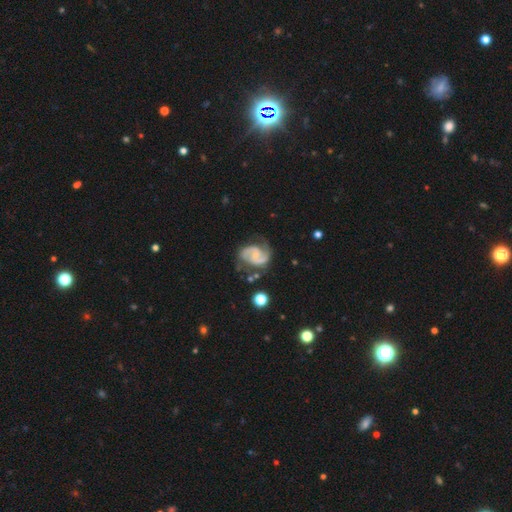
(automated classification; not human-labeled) Overall: featured or disk (89%). Edge-on disk: no (98%). Bar: no (49%; weak 40%). Spiral arms: yes (98%). Spiral arm count: 2 (90%). Spiral winding: medium (55%; tight 29%). Bulge size: small (62%). Merging: none (67%).